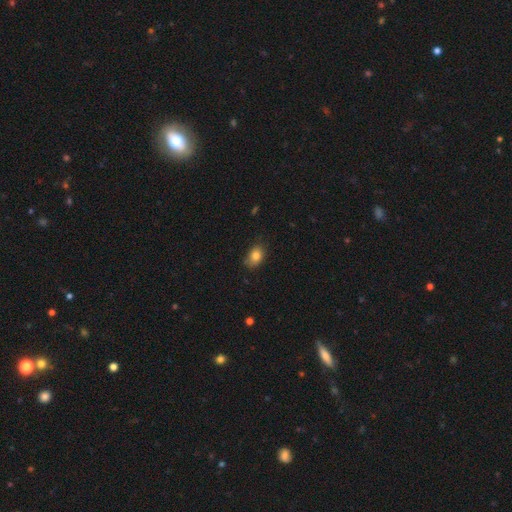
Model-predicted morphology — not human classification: A smooth galaxy with no disk features (83%) that is in between round and cigar-shaped (75%).

Vote fractions:
- Smooth or featured? smooth: 83% / star or artifact: 9% / featured or disk: 8%
- How rounded? in between: 75% / round: 24% / cigar-shaped: 1%
- Merging? none: 71% / minor disturbance: 24% / major disturbance: 4% / merger: 1%